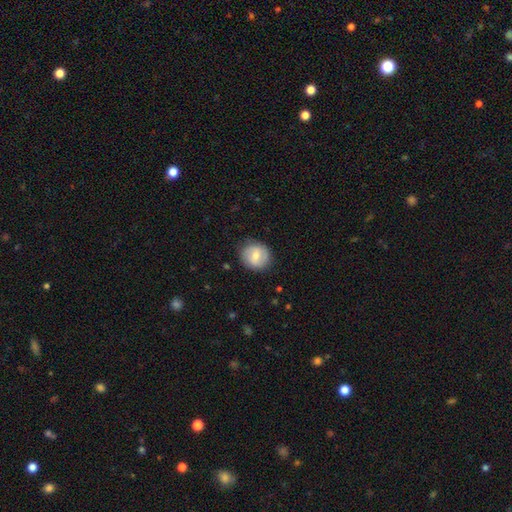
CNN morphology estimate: This appears to be a smooth galaxy with no disk features (62%) that is round (85%). Merging: none (83%).